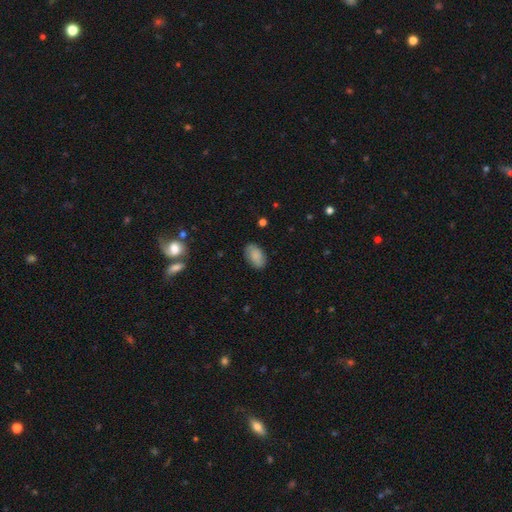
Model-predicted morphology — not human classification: This is clearly a smooth galaxy (82%). How rounded: clearly in between (93%). Merging: clearly none (84%).